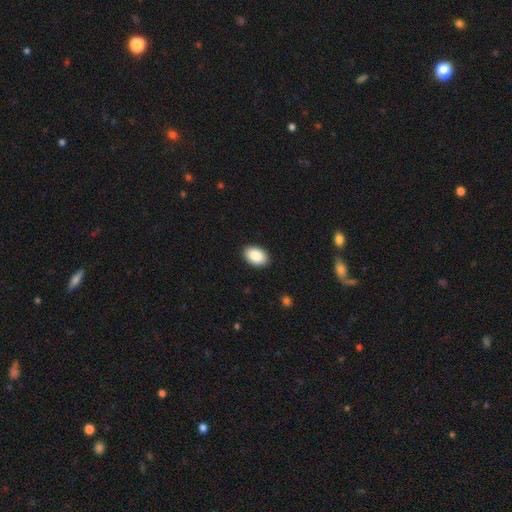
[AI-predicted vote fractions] Smooth or featured? Predicted: smooth (p=0.89). How rounded? Predicted: in between (p=0.89). Merging? Predicted: none (p=0.90).